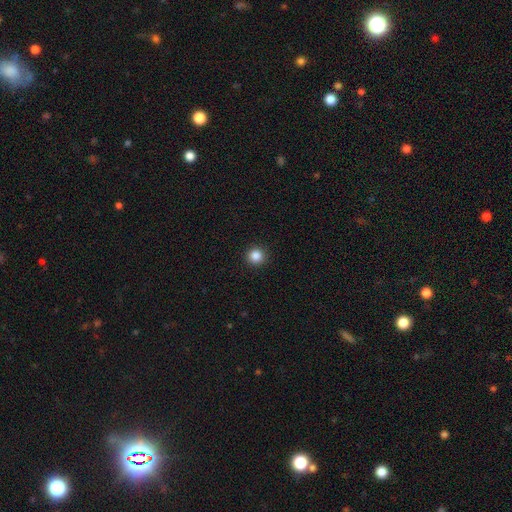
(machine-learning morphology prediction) This appears to be a smooth galaxy with no disk features (85%) that is round (95%). Merging: none (93%).